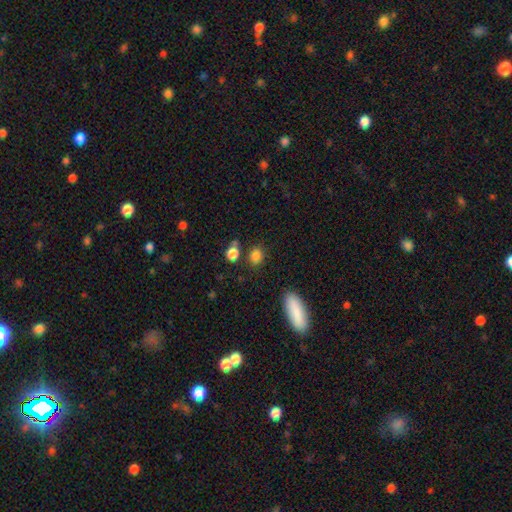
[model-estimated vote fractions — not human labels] Smooth or featured? smooth (84%)
How rounded? round (49%, tied with in between)
Merging? none (75%)